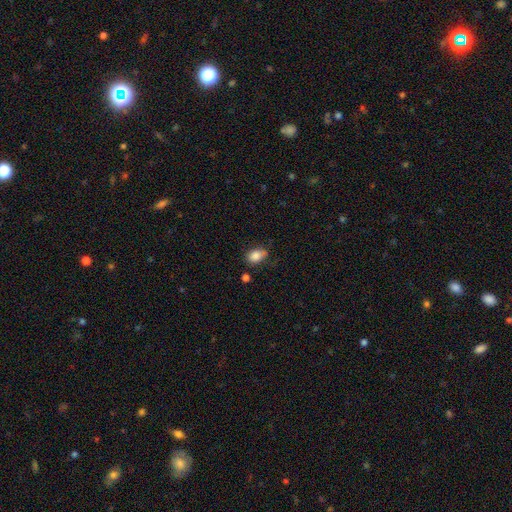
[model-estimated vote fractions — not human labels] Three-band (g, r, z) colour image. It shows a smooth galaxy with no disk features (84%) that is in between round and cigar-shaped (85%). Merging: none (66%).